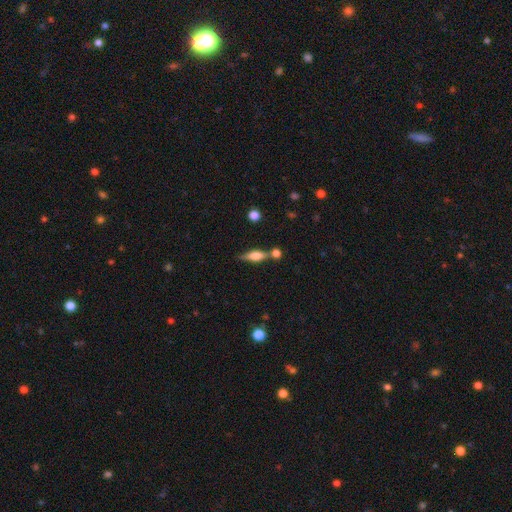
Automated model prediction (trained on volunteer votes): A smooth galaxy with no disk features (49%). Merging: none (63%).